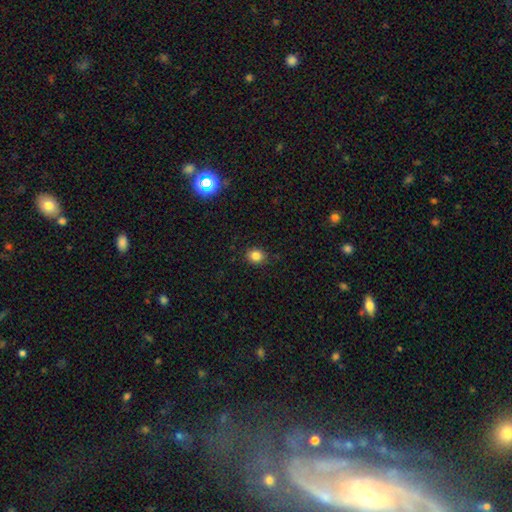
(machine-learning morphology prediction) Smooth or featured?
  - smooth: 84% *
  - star or artifact: 12%
  - featured or disk: 5%
How rounded?
  - round: 71% *
  - in between: 28%
  - cigar-shaped: 1%
Merging?
  - none: 88% *
  - minor disturbance: 9%
  - major disturbance: 2%
  - merger: 1%